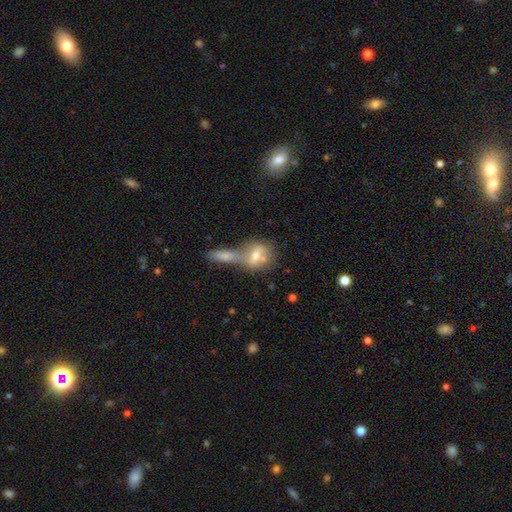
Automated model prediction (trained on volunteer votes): Smooth or featured? smooth (53%)
How rounded? in between (48%)
Merging? merger (58%)